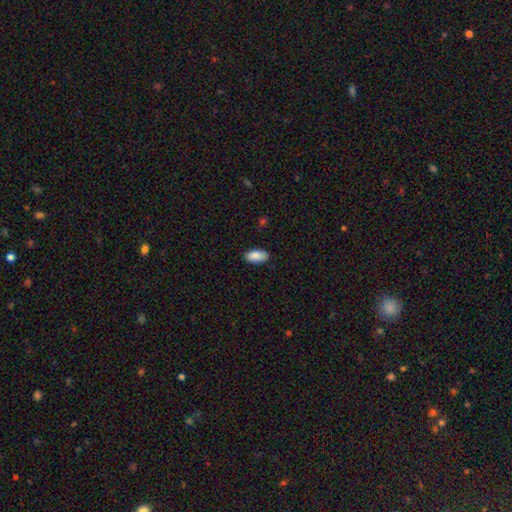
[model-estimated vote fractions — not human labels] This appears to be a smooth galaxy with no disk features (87%) that is in between round and cigar-shaped (94%). Merging: none (86%).